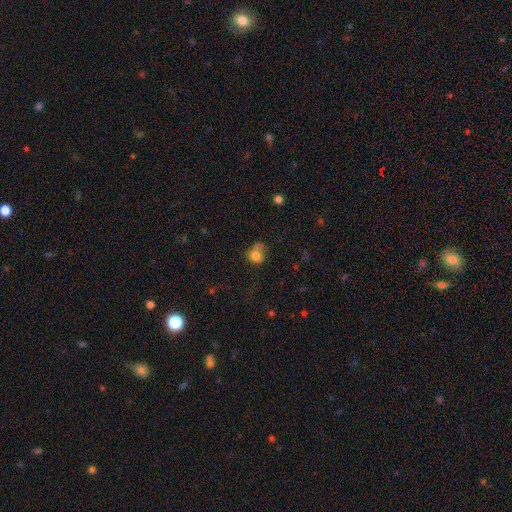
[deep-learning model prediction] smooth 74%, featured or disk 16%, star or artifact 11%. Down the decision tree: how rounded — round (59%); merging — none (34%).